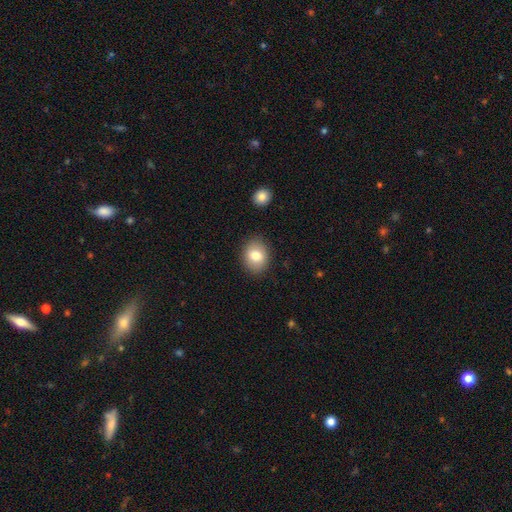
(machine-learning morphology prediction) Smooth or featured? Predicted: smooth (p=0.80). How rounded? Predicted: in between (p=0.53). Merging? Predicted: none (p=0.86).